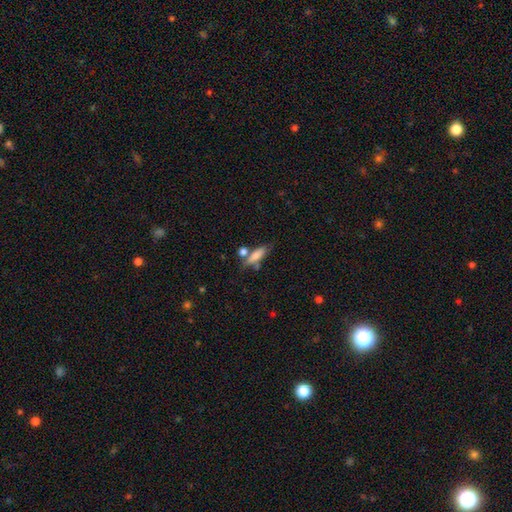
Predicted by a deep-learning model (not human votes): The model was most divided on "how rounded": cigar-shaped: 53%, in between: 43%, round: 4%. More confident: smooth or featured — smooth (73%); merging — none (54%).